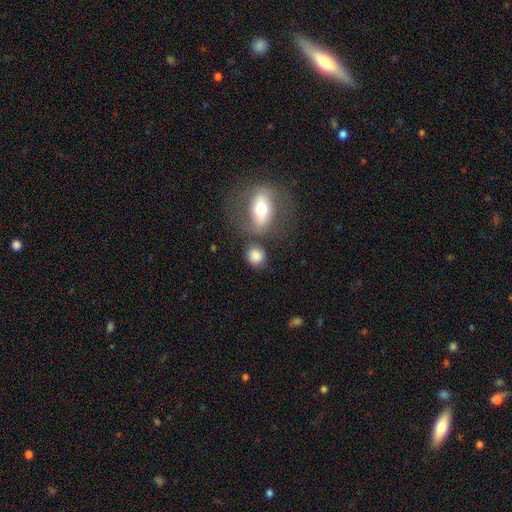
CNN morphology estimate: smooth-or-featured: smooth: 81% | featured or disk: 11% | star or artifact: 8%
  how-rounded: round: 67% | in between: 31% | cigar-shaped: 2%
  merging: none: 64% | merger: 17% | minor disturbance: 14% | major disturbance: 6%